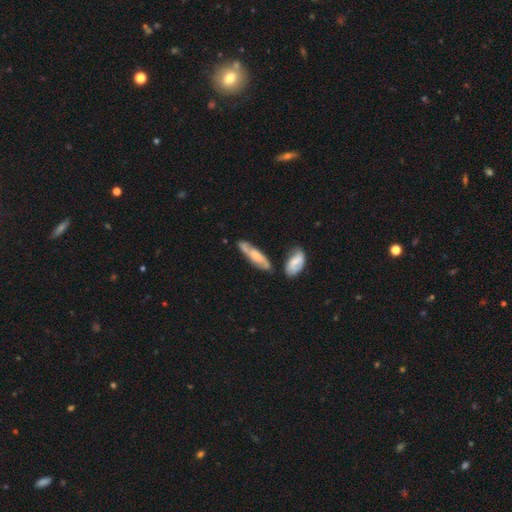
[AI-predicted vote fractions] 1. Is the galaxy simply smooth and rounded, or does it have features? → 55% featured or disk, 39% smooth, 6% star or artifact.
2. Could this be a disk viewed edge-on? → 63% no, 37% yes.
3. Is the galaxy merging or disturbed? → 59% none, 19% minor disturbance, 16% merger, 6% major disturbance.